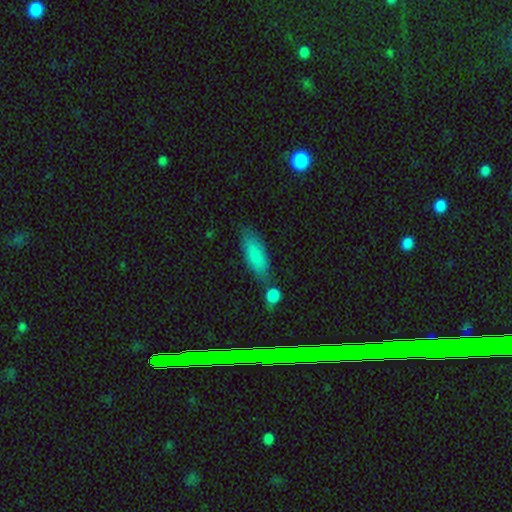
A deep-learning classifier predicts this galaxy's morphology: Smooth or featured? Predicted: smooth (p=0.81). How rounded? Predicted: in between (p=0.67). Merging? Predicted: none (p=0.64).